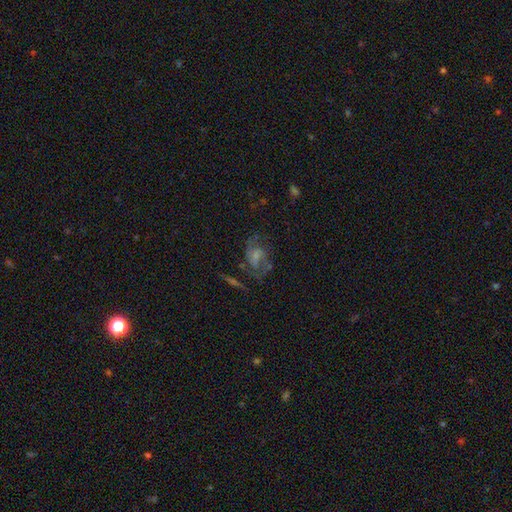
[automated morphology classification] Overall: featured or disk (65%). Edge-on disk: no (96%). Bar: no (58%; weak 35%). Spiral arms: yes (79%). Bulge size: small (46%; moderate 27%). Merging: none (49%; major disturbance 24%).